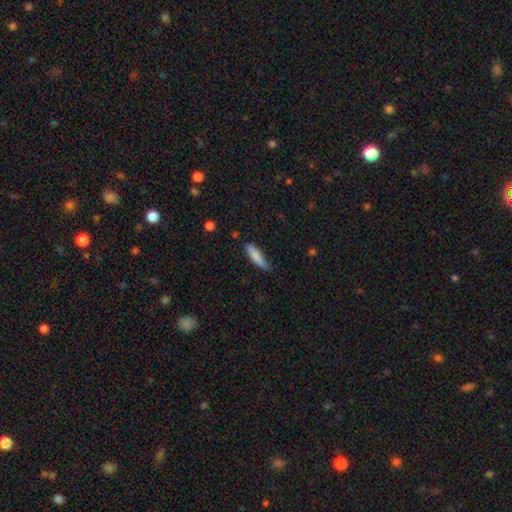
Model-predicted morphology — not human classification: smooth-or-featured: smooth: 82% | featured or disk: 12% | star or artifact: 6%
  how-rounded: cigar-shaped: 74% | in between: 24% | round: 2%
  merging: none: 65% | minor disturbance: 29% | major disturbance: 5% | merger: 2%